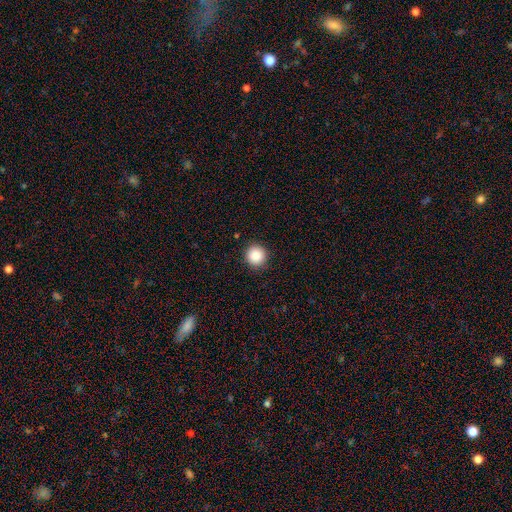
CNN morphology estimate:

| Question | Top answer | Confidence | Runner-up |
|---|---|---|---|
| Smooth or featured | smooth | 88% | star or artifact (9%) |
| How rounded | round | 95% | in between (4%) |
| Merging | none | 92% | minor disturbance (6%) |